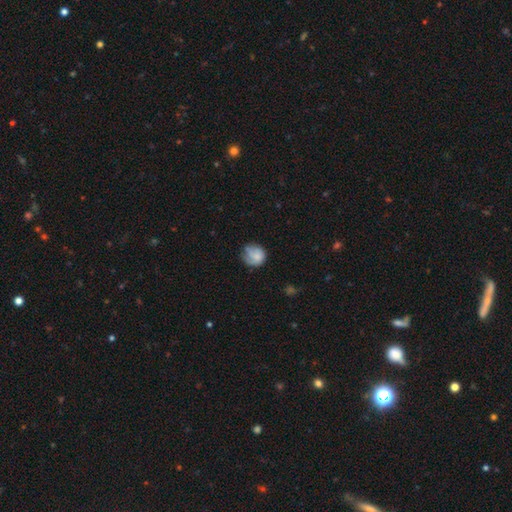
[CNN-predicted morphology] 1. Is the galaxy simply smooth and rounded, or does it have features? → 73% smooth, 18% featured or disk, 8% star or artifact.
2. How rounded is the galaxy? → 83% round, 16% in between, 1% cigar-shaped.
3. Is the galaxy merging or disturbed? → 57% none, 29% minor disturbance, 11% major disturbance, 3% merger.